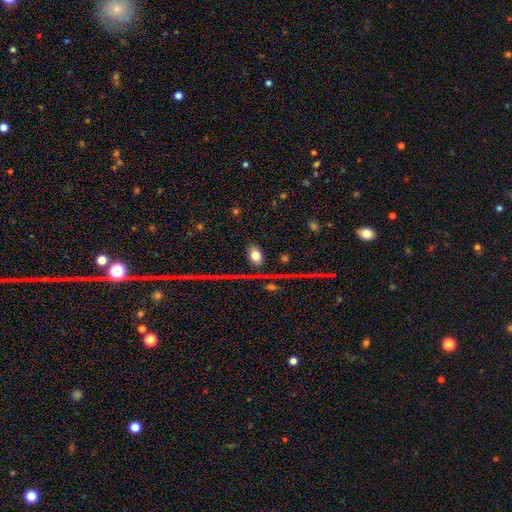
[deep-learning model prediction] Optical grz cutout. It shows a smooth galaxy with no disk features (72%) that is in between round and cigar-shaped (77%). Merging: none (84%).